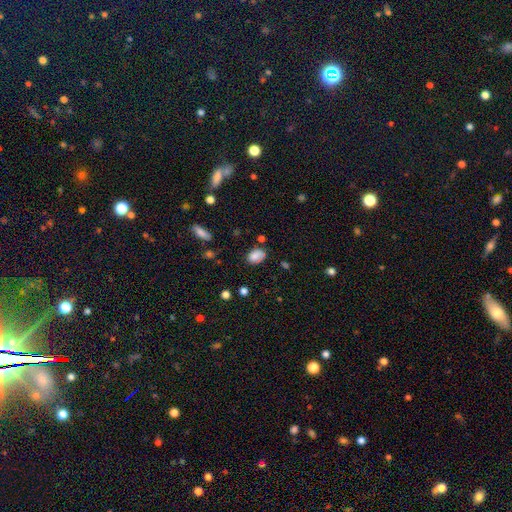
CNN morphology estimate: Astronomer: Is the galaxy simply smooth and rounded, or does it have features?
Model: smooth — 81%.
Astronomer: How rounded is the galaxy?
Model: in between — 79%.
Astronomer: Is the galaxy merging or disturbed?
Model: none — 69%.